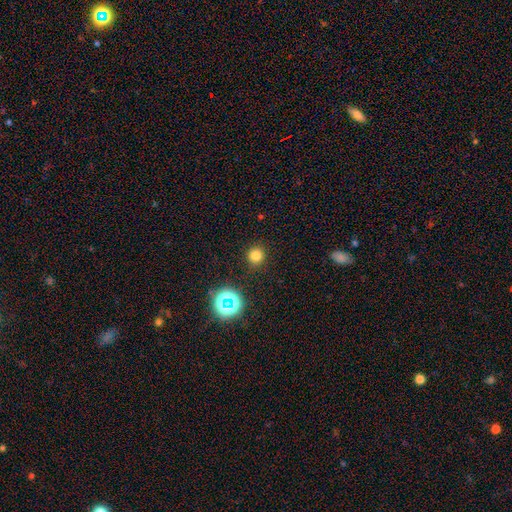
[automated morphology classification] smooth 76%, star or artifact 18%, featured or disk 5%. Down the decision tree: how rounded — round (91%); merging — none (89%).